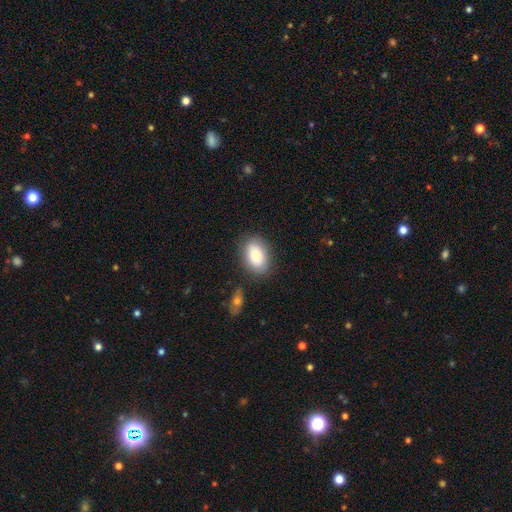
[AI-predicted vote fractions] Morphology: type=smooth (84%); roundness=in between (89%); merging=none (81%).